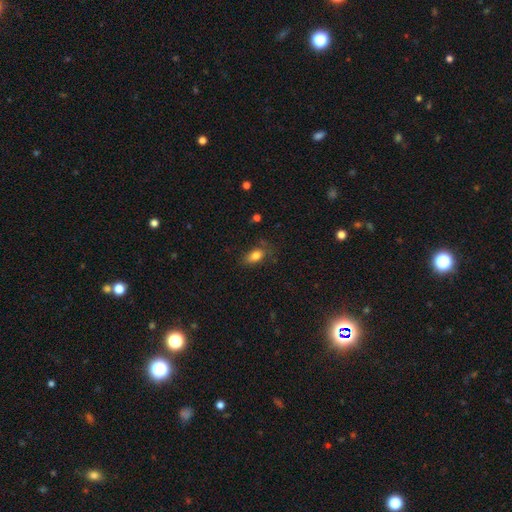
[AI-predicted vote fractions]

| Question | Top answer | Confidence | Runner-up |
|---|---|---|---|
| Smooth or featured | smooth | 82% | star or artifact (9%) |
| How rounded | in between | 85% | round (10%) |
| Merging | none | 69% | minor disturbance (21%) |